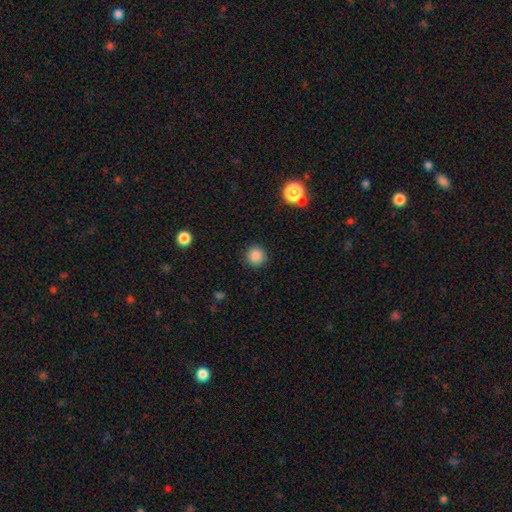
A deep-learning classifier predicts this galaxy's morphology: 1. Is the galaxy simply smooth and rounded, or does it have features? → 87% smooth, 11% star or artifact, 3% featured or disk.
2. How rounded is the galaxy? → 93% round, 6% in between, 1% cigar-shaped.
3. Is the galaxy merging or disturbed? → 90% none, 6% minor disturbance, 2% major disturbance, 1% merger.